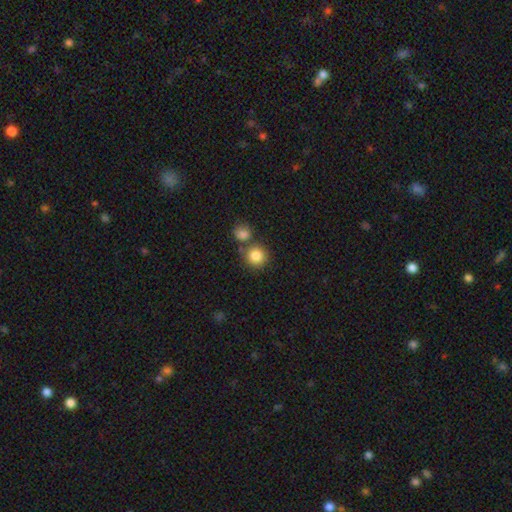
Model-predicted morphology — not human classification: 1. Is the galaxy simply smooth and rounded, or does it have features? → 84% smooth, 10% star or artifact, 6% featured or disk.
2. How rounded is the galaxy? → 91% round, 8% in between, 1% cigar-shaped.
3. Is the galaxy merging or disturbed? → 67% none, 22% merger, 8% minor disturbance, 3% major disturbance.